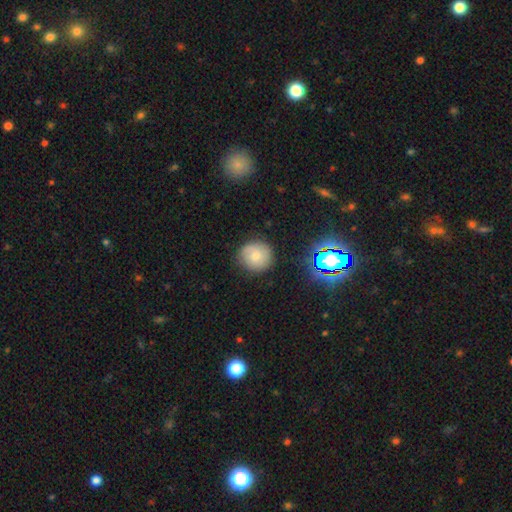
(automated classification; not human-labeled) A smooth galaxy with no disk features (67%) that is round (91%).

Vote fractions:
- Smooth or featured? smooth: 67% / featured or disk: 20% / star or artifact: 12%
- How rounded? round: 91% / in between: 8% / cigar-shaped: 1%
- Merging? none: 85% / minor disturbance: 11% / major disturbance: 3% / merger: 2%